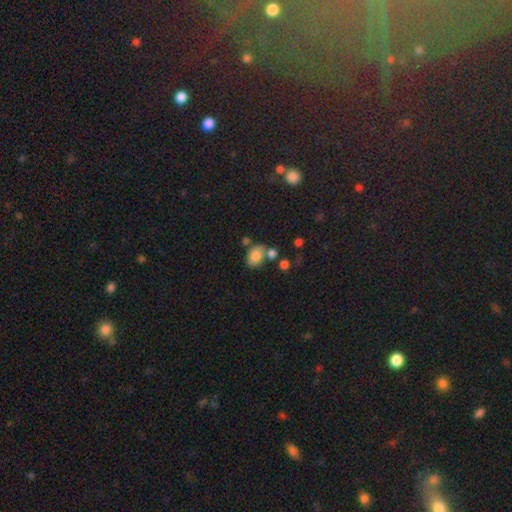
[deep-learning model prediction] A smooth galaxy with no disk features (78%) that is in between round and cigar-shaped (78%). Merging: none (54%).